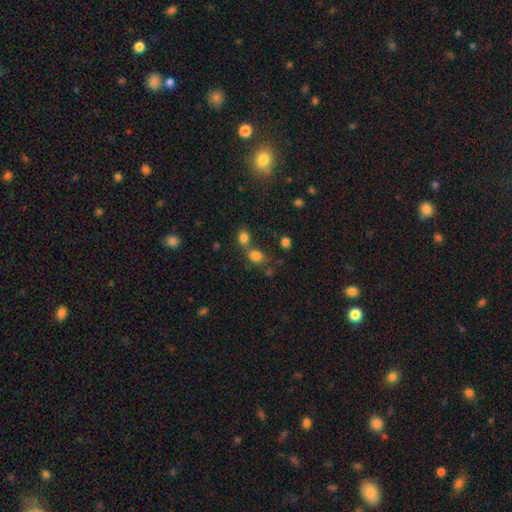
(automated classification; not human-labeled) smooth 79%, star or artifact 14%, featured or disk 7%. Down the decision tree: how rounded — in between (55%); merging — none (45%).